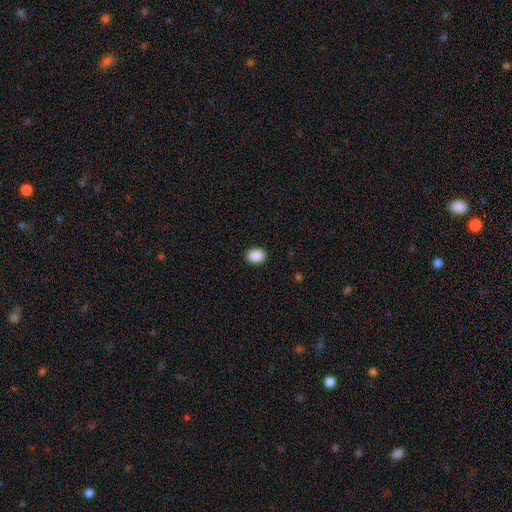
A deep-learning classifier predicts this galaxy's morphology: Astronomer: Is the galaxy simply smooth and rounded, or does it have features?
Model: smooth — 90%.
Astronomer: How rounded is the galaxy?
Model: in between — 55% (runner-up: round, 44%).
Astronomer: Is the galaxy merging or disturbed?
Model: none — 91%.